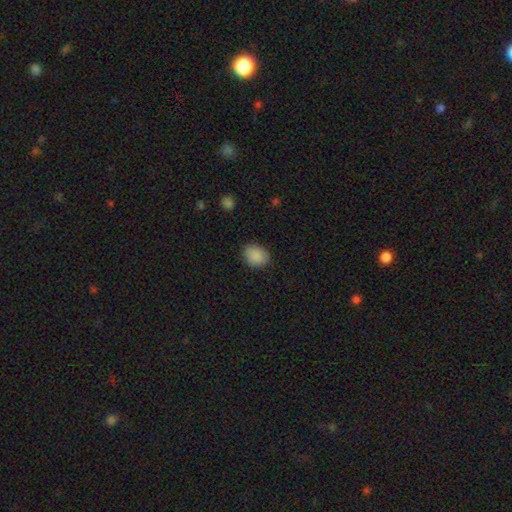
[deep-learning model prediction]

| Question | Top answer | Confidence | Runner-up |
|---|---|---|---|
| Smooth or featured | smooth | 88% | star or artifact (8%) |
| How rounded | round | 51% | in between (48%) |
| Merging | none | 83% | minor disturbance (13%) |